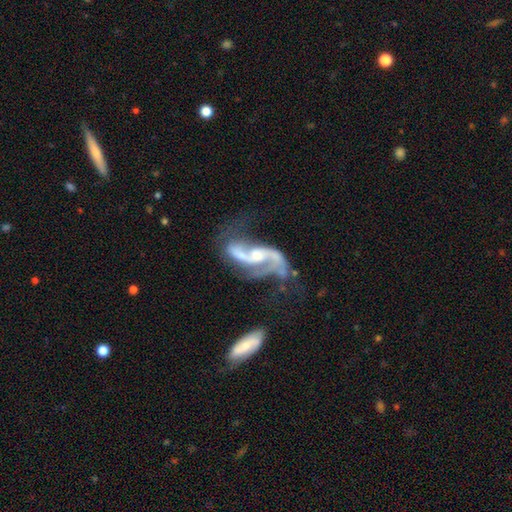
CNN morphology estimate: Smooth or featured: featured or disk — 87% (star or artifact — 6%)
Edge-on disk: no — 95% (yes — 5%)
Bar: no — 42% (weak — 40%)
Spiral arms: yes — 94% (no — 6%)
Spiral winding: loose — 64% (medium — 29%)
Spiral arm count: 2 — 86% (1 — 5%)
Bulge size: moderate — 37% (tied with small — 37%)
Merging: none — 31% (major disturbance — 30%)